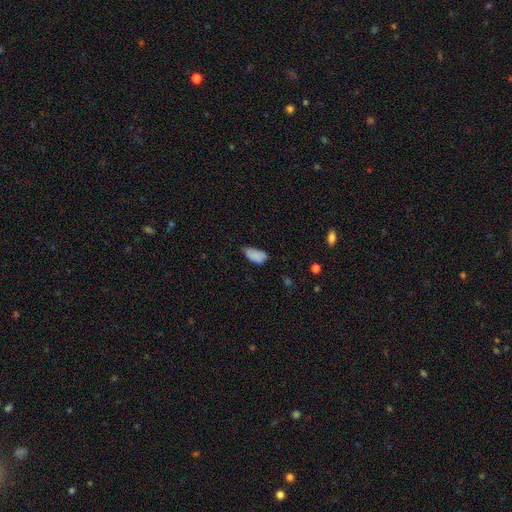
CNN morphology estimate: Smooth or featured? smooth (84%)
How rounded? in between (93%)
Merging? minor disturbance (44%)